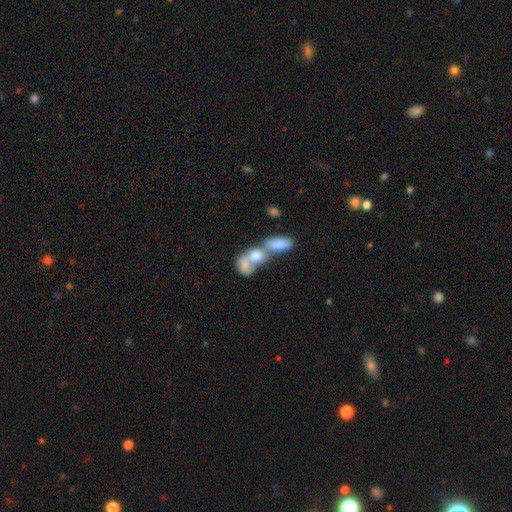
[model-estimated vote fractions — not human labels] smooth-or-featured: smooth: 65% | featured or disk: 26% | star or artifact: 9%
  how-rounded: in between: 77% | round: 17% | cigar-shaped: 6%
  merging: merger: 76% | none: 12% | major disturbance: 6% | minor disturbance: 5%